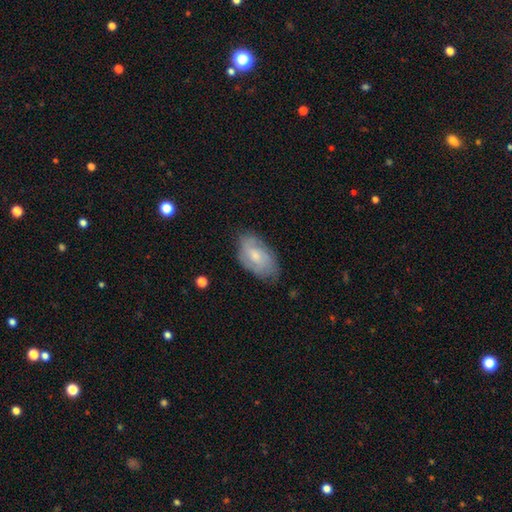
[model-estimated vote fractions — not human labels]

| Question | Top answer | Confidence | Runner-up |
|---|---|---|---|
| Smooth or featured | featured or disk | 51% | smooth (42%) |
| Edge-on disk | no | 94% | yes (6%) |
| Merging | none | 67% | minor disturbance (25%) |